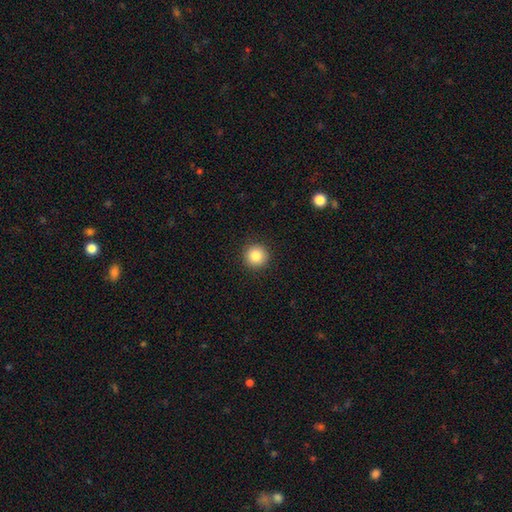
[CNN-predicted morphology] A smooth galaxy with no disk features (85%) that is round (95%).

Vote fractions:
- Smooth or featured? smooth: 85% / star or artifact: 10% / featured or disk: 5%
- How rounded? round: 95% / in between: 4% / cigar-shaped: 1%
- Merging? none: 92% / minor disturbance: 5% / major disturbance: 2% / merger: 1%